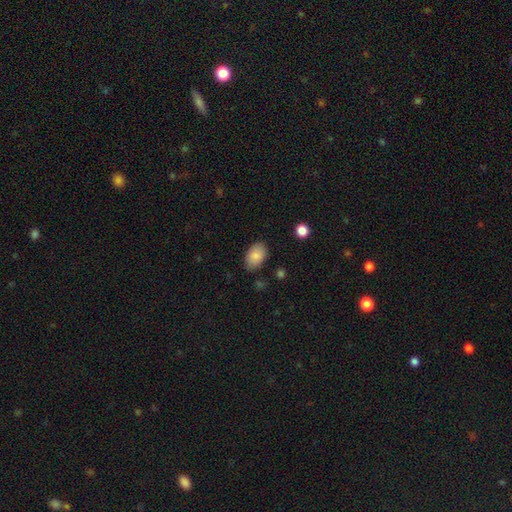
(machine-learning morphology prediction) type=smooth (86%); roundness=in between (88%); merging=none (81%).